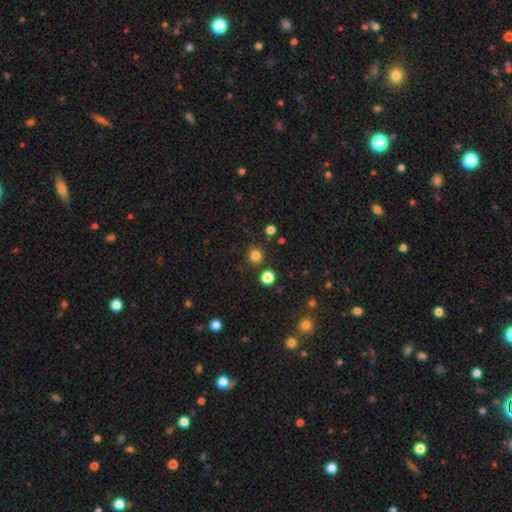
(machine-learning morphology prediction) smooth_or_featured: smooth (p=0.81) [alt: star or artifact p=0.15]
how_rounded: round (p=0.92) [alt: in between p=0.07]
merging: none (p=0.86) [alt: minor disturbance p=0.06]